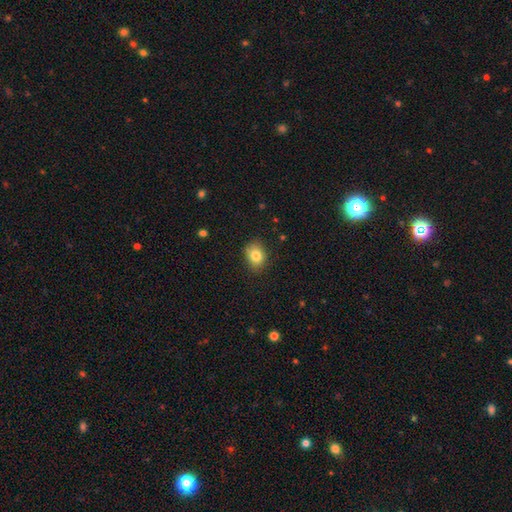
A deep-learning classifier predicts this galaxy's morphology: smooth-or-featured: smooth: 81% | star or artifact: 10% | featured or disk: 9%
  how-rounded: in between: 52% | round: 47% | cigar-shaped: 1%
  merging: none: 84% | minor disturbance: 12% | major disturbance: 2% | merger: 1%